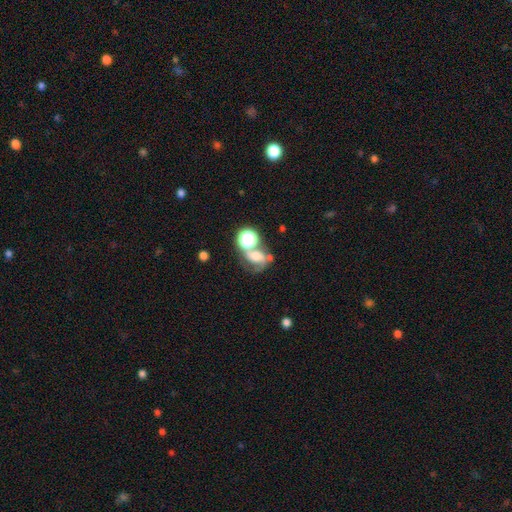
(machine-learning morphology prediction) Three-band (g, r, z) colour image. It shows a featured or disk galaxy (44%). Merging: merger (37%).